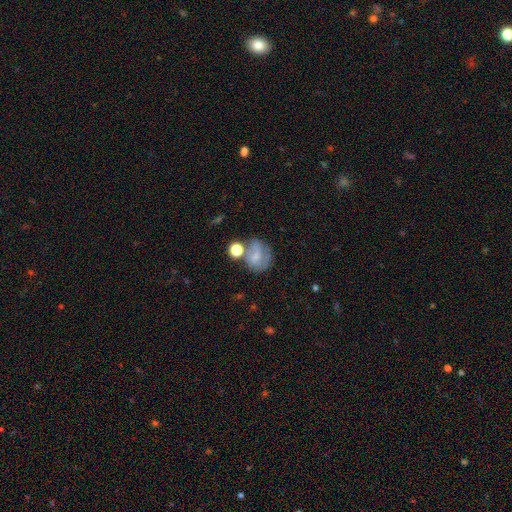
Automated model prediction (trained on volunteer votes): Overall: smooth (52%; featured or disk 37%). How rounded: round (67%; in between 31%). Merging: none (46%; minor disturbance 22%).